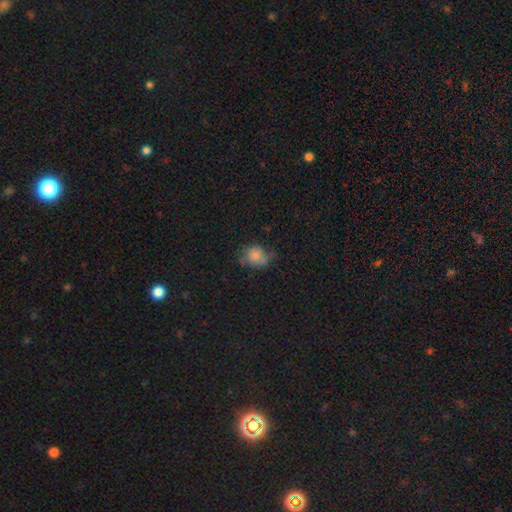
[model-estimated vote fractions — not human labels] Smooth or featured? Predicted: smooth (p=0.76). How rounded? Predicted: round (p=0.52). Merging? Predicted: none (p=0.50).